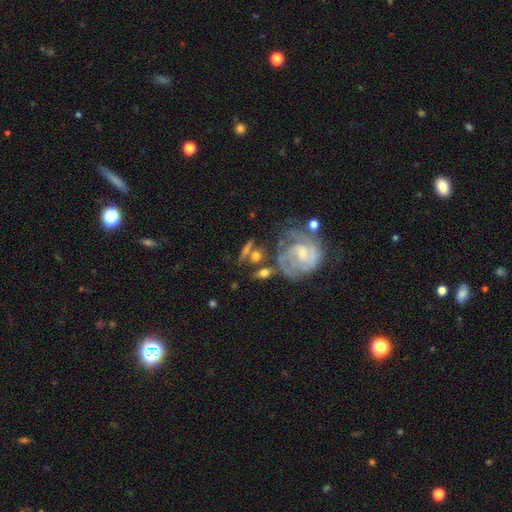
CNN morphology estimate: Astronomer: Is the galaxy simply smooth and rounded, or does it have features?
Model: featured or disk — 51% (runner-up: smooth, 39%).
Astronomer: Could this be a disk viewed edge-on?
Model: no — 78%.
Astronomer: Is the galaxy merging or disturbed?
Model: none — 55%.